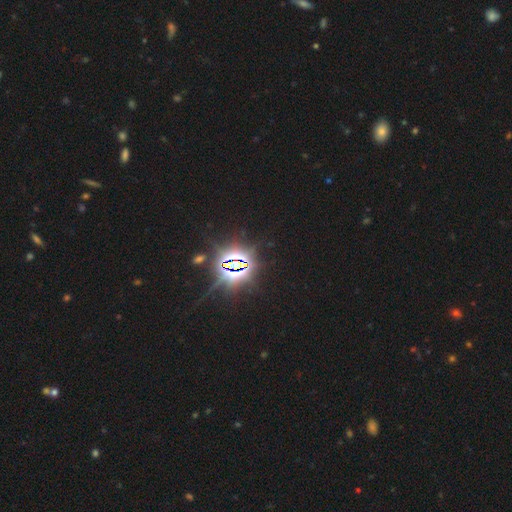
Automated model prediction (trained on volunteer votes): Smooth or featured?
  - star or artifact: 85% *
  - smooth: 9%
  - featured or disk: 6%